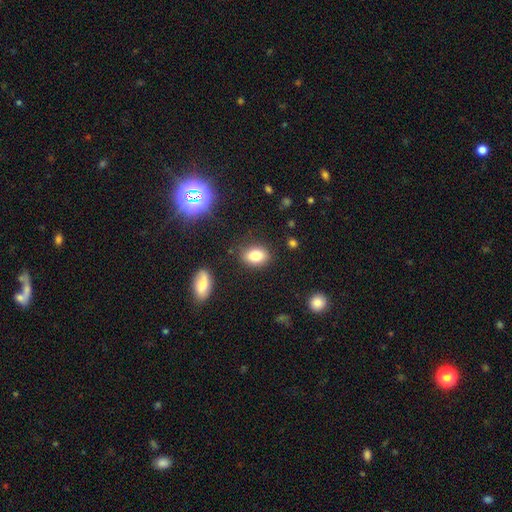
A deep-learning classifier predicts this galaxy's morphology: Q: Smooth or featured?
A: smooth (81%); runner-up: star or artifact (10%)
Q: How rounded?
A: in between (73%); runner-up: round (25%)
Q: Merging?
A: none (84%); runner-up: minor disturbance (11%)